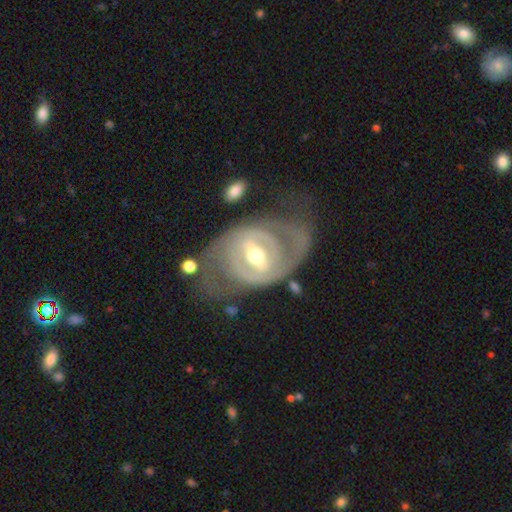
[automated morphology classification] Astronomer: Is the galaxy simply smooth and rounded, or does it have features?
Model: featured or disk — 85%.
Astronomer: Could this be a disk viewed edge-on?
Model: no — 95%.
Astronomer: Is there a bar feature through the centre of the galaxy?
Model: strong — 48% (runner-up: weak, 37%).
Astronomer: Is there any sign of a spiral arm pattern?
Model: yes — 77%.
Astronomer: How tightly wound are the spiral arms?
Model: tight — 54% (runner-up: medium, 33%).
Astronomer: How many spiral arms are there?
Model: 2 — 67%.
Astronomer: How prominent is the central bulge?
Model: moderate — 69%.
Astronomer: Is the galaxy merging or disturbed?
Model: none — 57%.